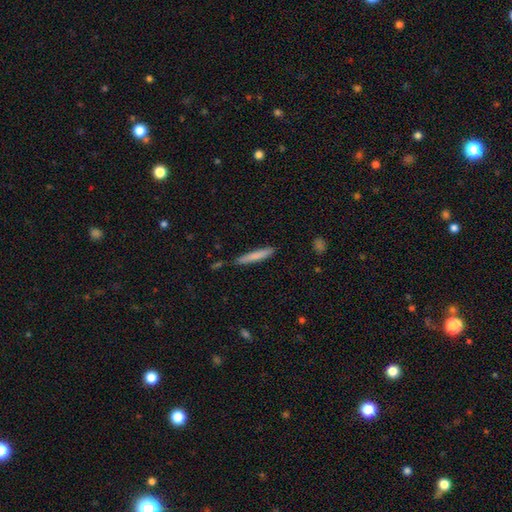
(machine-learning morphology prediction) smooth-or-featured: smooth: 76% | featured or disk: 18% | star or artifact: 6%
  how-rounded: cigar-shaped: 94% | in between: 5% | round: 1%
  merging: none: 78% | minor disturbance: 15% | merger: 4% | major disturbance: 3%